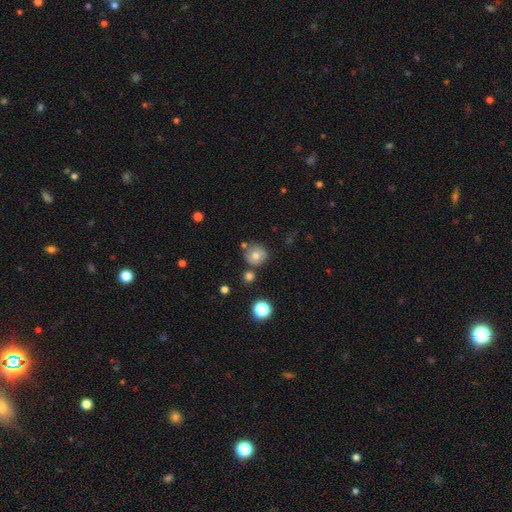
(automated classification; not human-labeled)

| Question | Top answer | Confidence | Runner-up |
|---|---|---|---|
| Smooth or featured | smooth | 71% | featured or disk (17%) |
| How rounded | round | 90% | in between (9%) |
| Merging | none | 73% | minor disturbance (13%) |